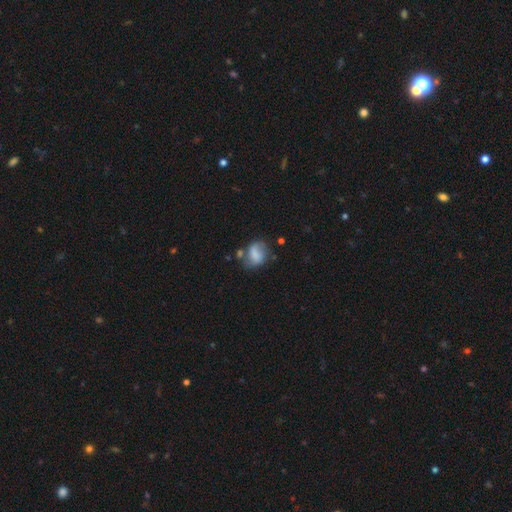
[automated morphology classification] The model was most divided on "how rounded": in between: 57%, round: 42%, cigar-shaped: 1%. Remaining: smooth or featured — smooth (62%); merging — none (43%).